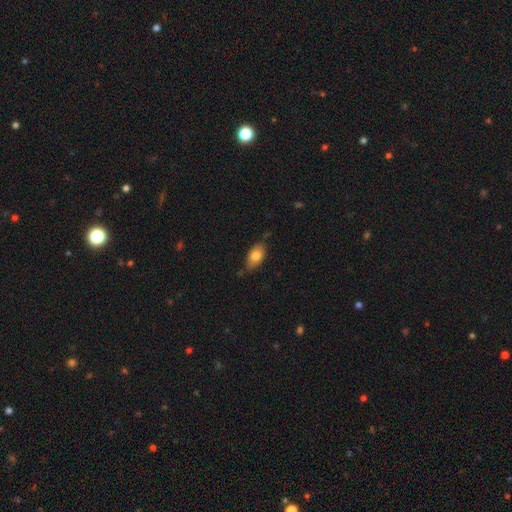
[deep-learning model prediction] Smooth or featured? Predicted: smooth (p=0.79). How rounded? Predicted: in between (p=0.90). Merging? Predicted: none (p=0.73).